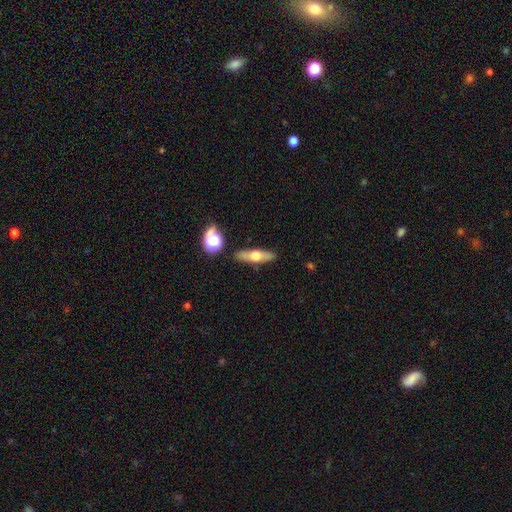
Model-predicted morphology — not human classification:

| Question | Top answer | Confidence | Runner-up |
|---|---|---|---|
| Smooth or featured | smooth | 47% | featured or disk (45%) |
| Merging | none | 88% | minor disturbance (8%) |